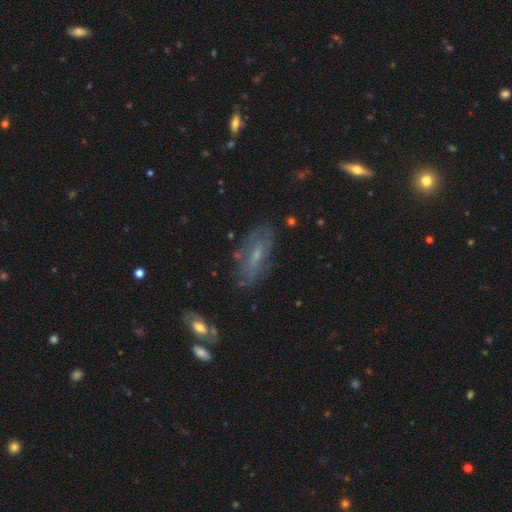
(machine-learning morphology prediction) smooth_or_featured: featured or disk (p=0.57) [alt: smooth p=0.33]
disk_edge_on: no (p=0.76) [alt: yes p=0.24]
merging: none (p=0.71) [alt: minor disturbance p=0.19]